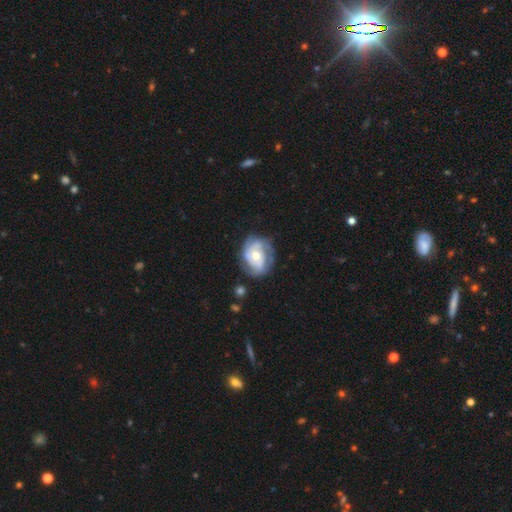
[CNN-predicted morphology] smooth-or-featured: featured or disk: 78% | smooth: 16% | star or artifact: 5%
  disk-edge-on: no: 98% | yes: 2%
    bar: no: 71% | weak: 23% | strong: 6%
    has-spiral-arms: yes: 90% | no: 10%
      spiral-winding: tight: 50% | medium: 37% | loose: 13%
      spiral-arm-count: 2: 31% | 3: 30% | can't tell: 24% | 4: 6% | 1: 4% | more than 4: 4%
    bulge-size: moderate: 67% | small: 25% | large: 5% | none: 1% | dominant: 1%
  merging: none: 67% | minor disturbance: 22% | major disturbance: 9% | merger: 2%